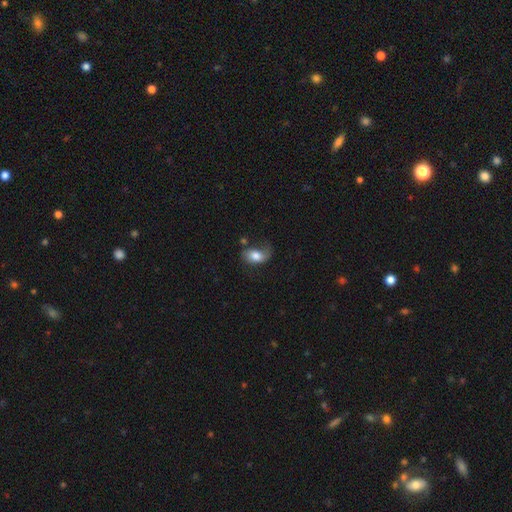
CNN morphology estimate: This appears to be a smooth galaxy with no disk features (68%) that is in between round and cigar-shaped (87%). Merging: none (40%).